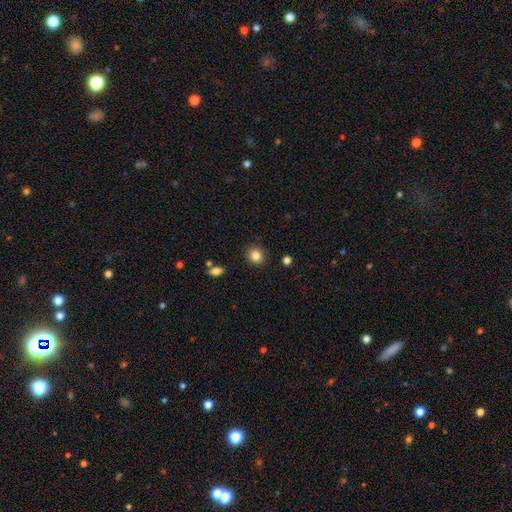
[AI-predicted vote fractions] smooth 84%, star or artifact 10%, featured or disk 6%. Down the decision tree: how rounded — round (81%); merging — none (89%).